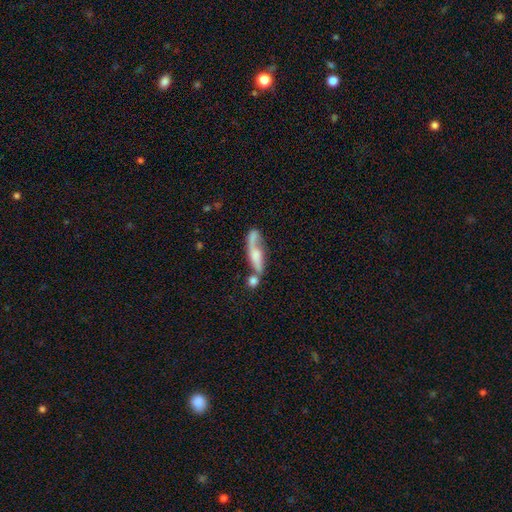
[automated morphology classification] The model was most divided on "merging": merger: 35%, none: 31%, minor disturbance: 17%, major disturbance: 16%. Remaining: smooth or featured — featured or disk (49%).